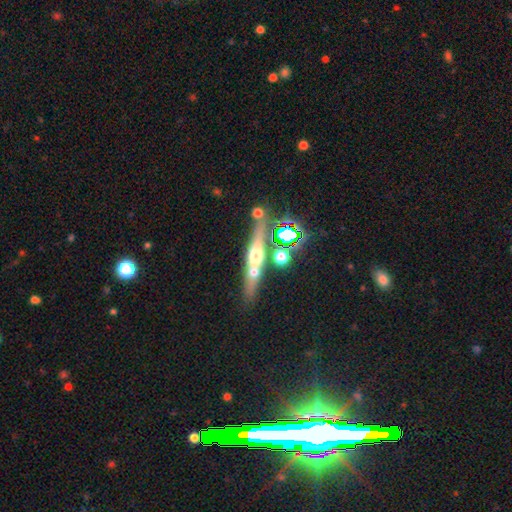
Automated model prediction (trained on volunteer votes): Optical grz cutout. It shows a featured or disk galaxy (56%) viewed edge-on (87%). Merging: none (63%).